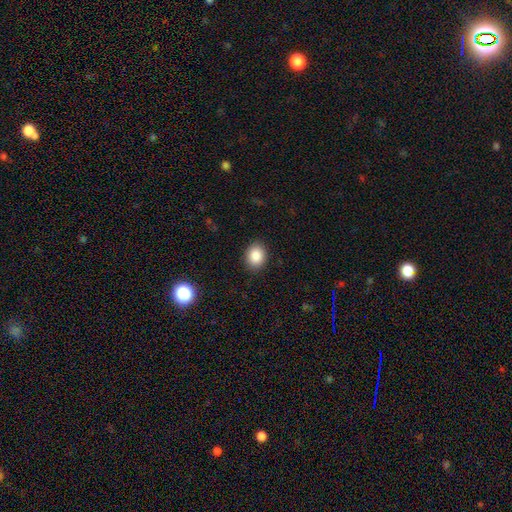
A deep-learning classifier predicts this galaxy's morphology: Smooth or featured?
  - smooth: 87% *
  - star or artifact: 9%
  - featured or disk: 4%
How rounded?
  - in between: 56% *
  - round: 43%
  - cigar-shaped: 1%
Merging?
  - none: 88% *
  - minor disturbance: 8%
  - major disturbance: 2%
  - merger: 1%